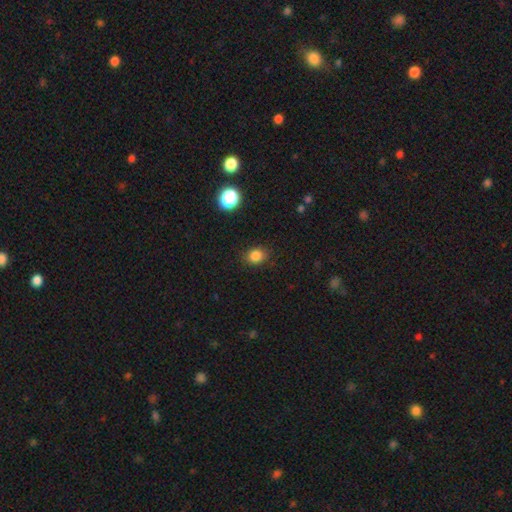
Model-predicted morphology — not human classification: type=smooth (83%); roundness=round (58%); merging=none (86%).